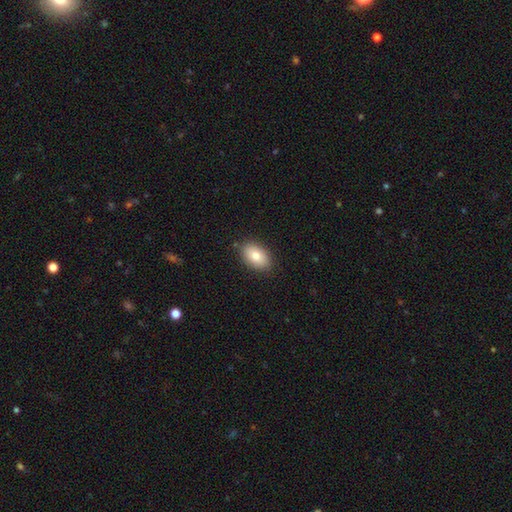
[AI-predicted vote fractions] smooth 82%, featured or disk 10%, star or artifact 8%. Down the decision tree: how rounded — in between (90%); merging — none (87%).